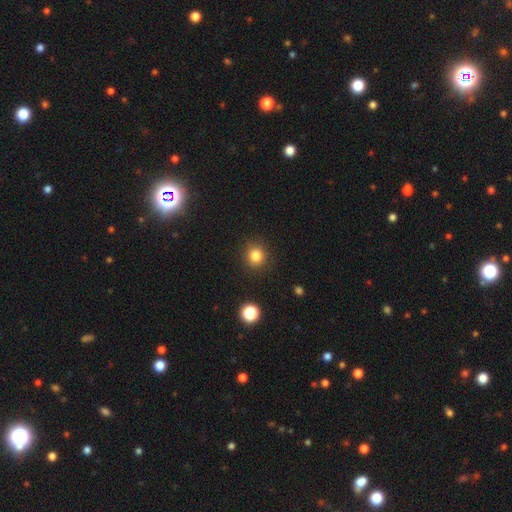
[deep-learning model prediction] A smooth galaxy with no disk features (83%) that is round (89%).

Vote fractions:
- Smooth or featured? smooth: 83% / star or artifact: 12% / featured or disk: 5%
- How rounded? round: 89% / in between: 10% / cigar-shaped: 1%
- Merging? none: 89% / minor disturbance: 7% / major disturbance: 3% / merger: 1%